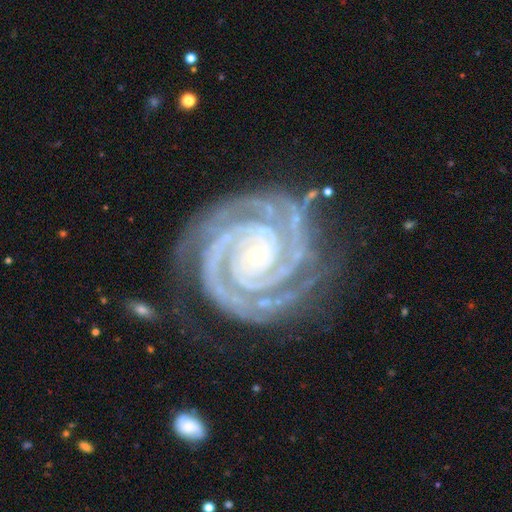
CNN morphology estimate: Overall: featured or disk (94%). Edge-on disk: no (98%). Bar: no (72%). Spiral arms: yes (99%). Spiral arm count: 2 (58%; 3 18%). Spiral winding: tight (88%). Bulge size: small (88%). Merging: none (77%).